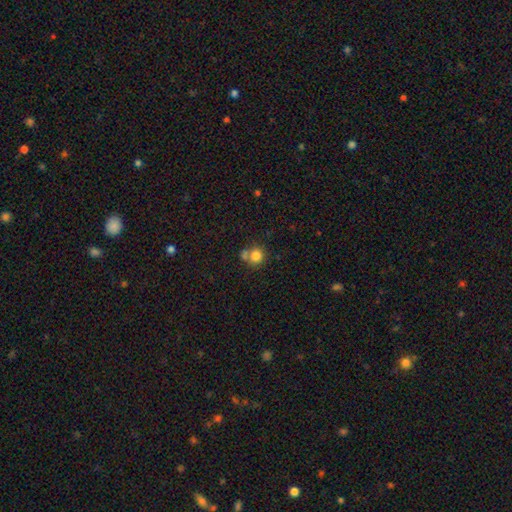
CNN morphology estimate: Smooth or featured? Predicted: smooth (p=0.80). How rounded? Predicted: round (p=0.88). Merging? Predicted: none (p=0.53).